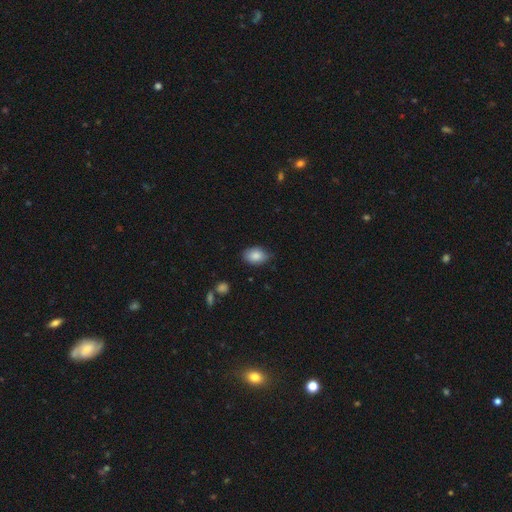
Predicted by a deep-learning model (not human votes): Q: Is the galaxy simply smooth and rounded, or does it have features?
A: smooth — 86%.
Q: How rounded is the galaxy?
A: in between — 81%.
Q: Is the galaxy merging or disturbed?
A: none — 73%.